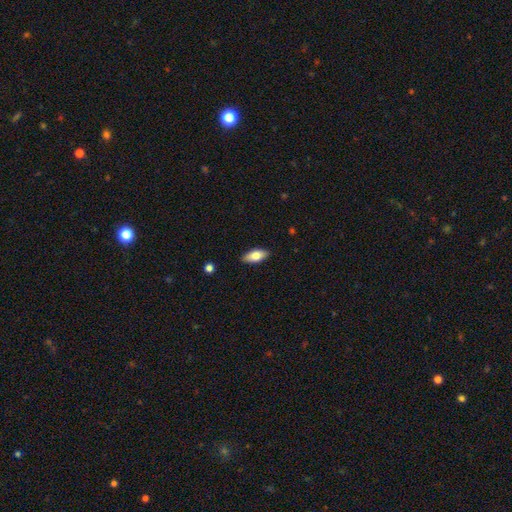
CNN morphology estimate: A smooth galaxy with no disk features (75%) that is in between round and cigar-shaped (85%).

Vote fractions:
- Smooth or featured? smooth: 75% / featured or disk: 19% / star or artifact: 6%
- How rounded? in between: 85% / cigar-shaped: 12% / round: 3%
- Merging? none: 88% / minor disturbance: 9% / major disturbance: 2% / merger: 1%